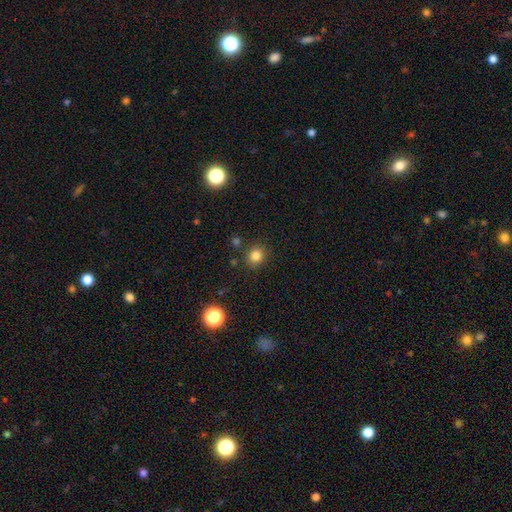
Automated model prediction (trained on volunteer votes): This appears to be a smooth galaxy with no disk features (82%) that is round (85%). Merging: none (85%).